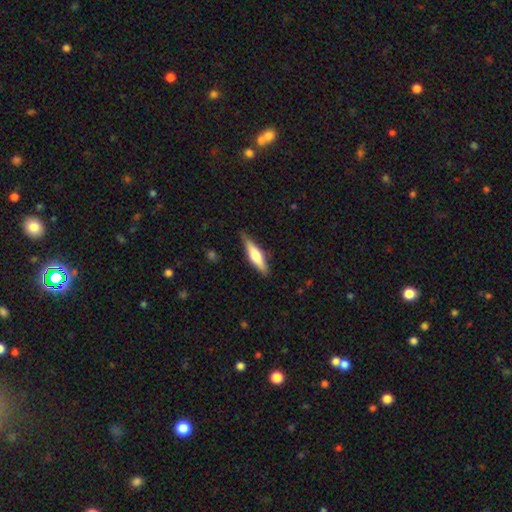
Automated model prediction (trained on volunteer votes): Morphology: type=featured or disk (47%, tied with smooth); merging=none (85%).